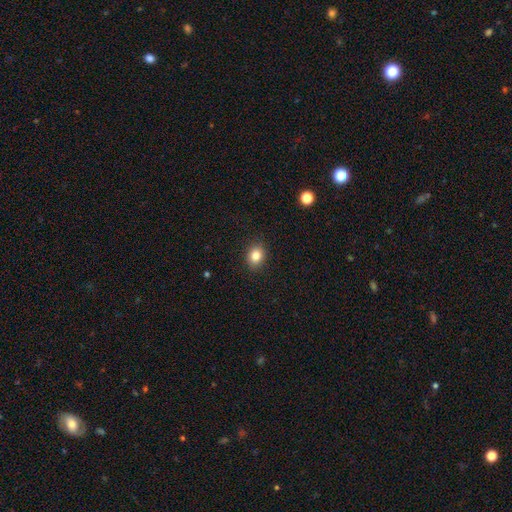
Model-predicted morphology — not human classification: Smooth or featured? smooth (84%)
How rounded? in between (50%)
Merging? none (90%)